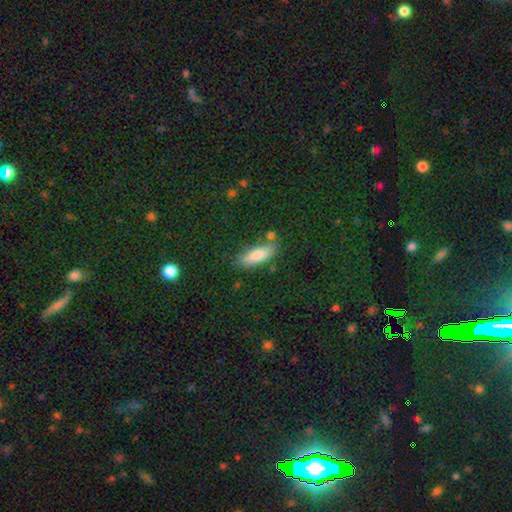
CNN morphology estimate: A smooth galaxy with no disk features (82%) that is in between round and cigar-shaped (64%). Merging: none (74%).